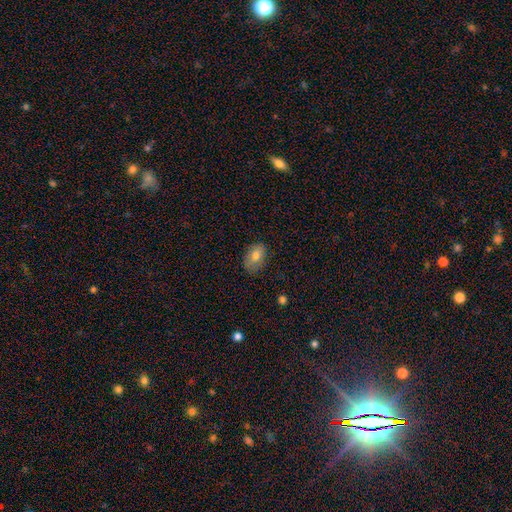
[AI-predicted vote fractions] Morphology: type=smooth (76%); roundness=in between (86%); merging=none (77%).